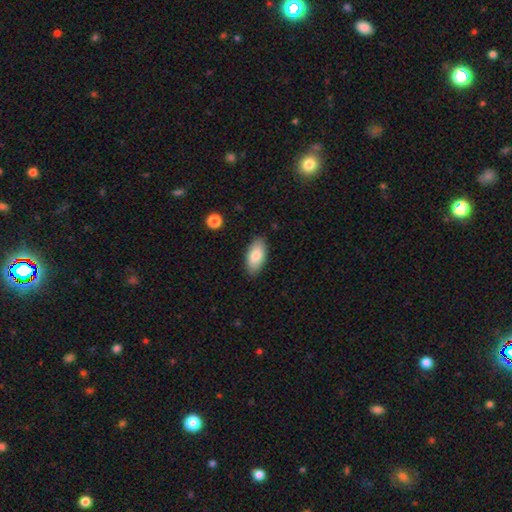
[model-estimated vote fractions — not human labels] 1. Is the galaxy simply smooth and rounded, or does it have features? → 84% smooth, 10% featured or disk, 6% star or artifact.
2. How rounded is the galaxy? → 93% in between, 5% cigar-shaped, 2% round.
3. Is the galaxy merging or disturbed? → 85% none, 11% minor disturbance, 2% major disturbance, 1% merger.